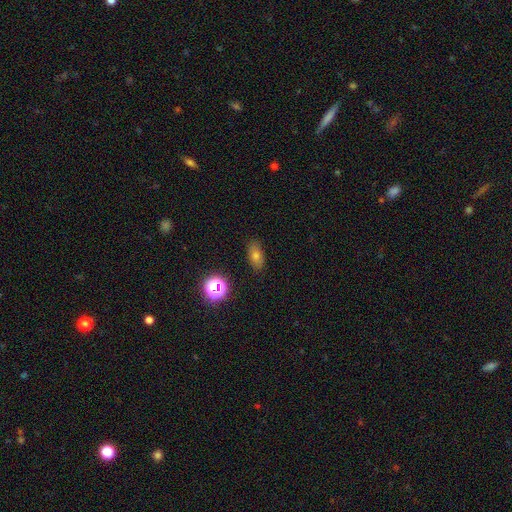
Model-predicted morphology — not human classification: The model was most divided on "smooth or featured": smooth: 69%, star or artifact: 18%, featured or disk: 13%. More confident: merging — none (85%); how rounded — in between (82%).